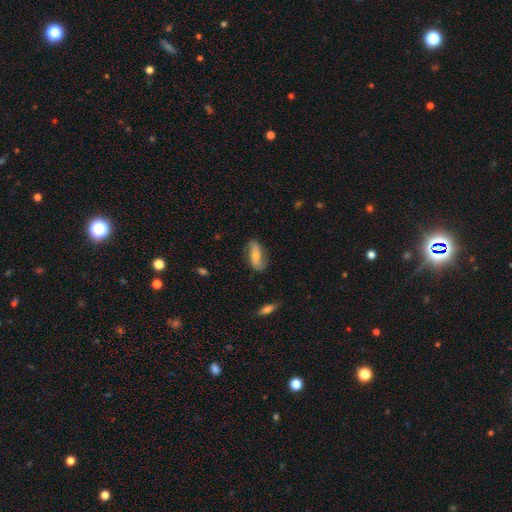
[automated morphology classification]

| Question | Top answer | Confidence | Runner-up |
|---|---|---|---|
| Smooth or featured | featured or disk | 55% | smooth (39%) |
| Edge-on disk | no | 86% | yes (14%) |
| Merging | none | 76% | minor disturbance (18%) |